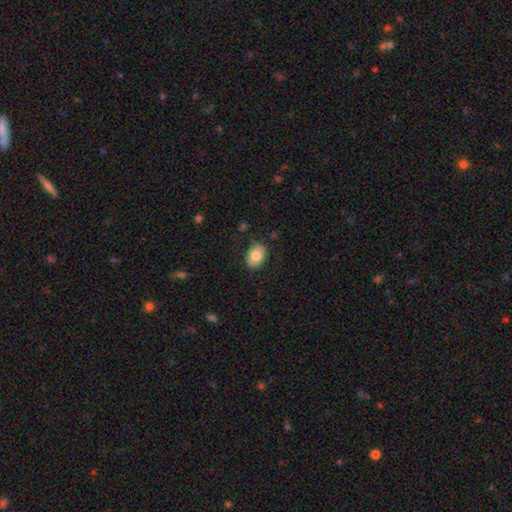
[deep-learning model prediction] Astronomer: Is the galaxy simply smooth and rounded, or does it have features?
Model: smooth — 78%.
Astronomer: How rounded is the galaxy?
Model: in between — 79%.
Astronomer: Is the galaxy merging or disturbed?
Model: none — 83%.